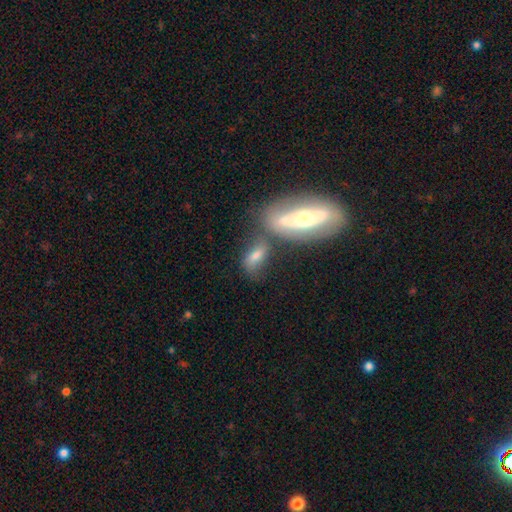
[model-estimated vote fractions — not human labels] smooth 55%, featured or disk 36%, star or artifact 9%. Down the decision tree: how rounded — in between (66%); merging — none (49%).